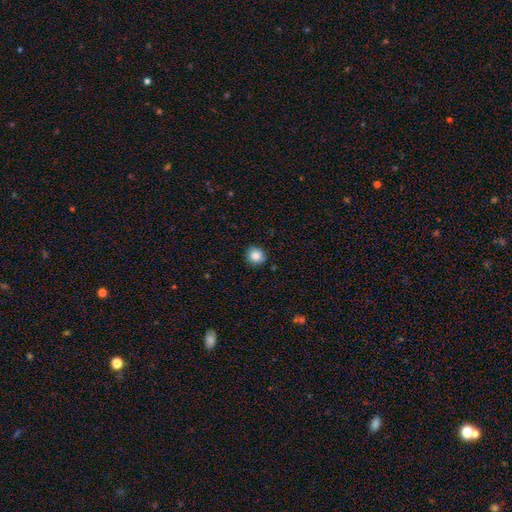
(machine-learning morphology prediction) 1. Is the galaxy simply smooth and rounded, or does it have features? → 85% smooth, 10% star or artifact, 5% featured or disk.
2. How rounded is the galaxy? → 87% round, 12% in between, 1% cigar-shaped.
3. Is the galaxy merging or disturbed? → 88% none, 9% minor disturbance, 2% major disturbance, 1% merger.